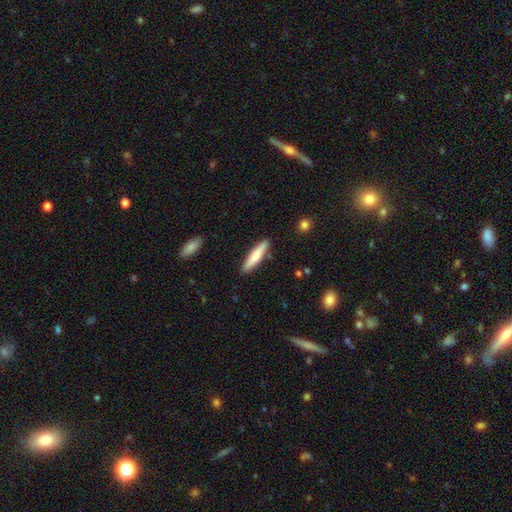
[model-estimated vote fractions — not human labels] Morphology: type=smooth (71%); roundness=cigar-shaped (85%); merging=none (87%).